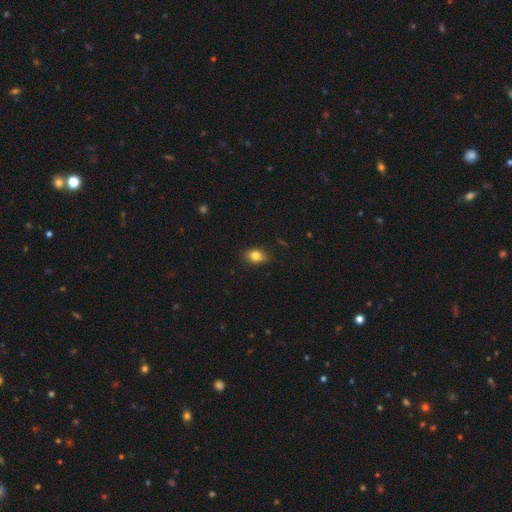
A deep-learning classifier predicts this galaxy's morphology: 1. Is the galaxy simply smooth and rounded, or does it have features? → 81% smooth, 10% star or artifact, 9% featured or disk.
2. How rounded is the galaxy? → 73% in between, 26% round, 2% cigar-shaped.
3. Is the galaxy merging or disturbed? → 85% none, 11% minor disturbance, 2% major disturbance, 1% merger.